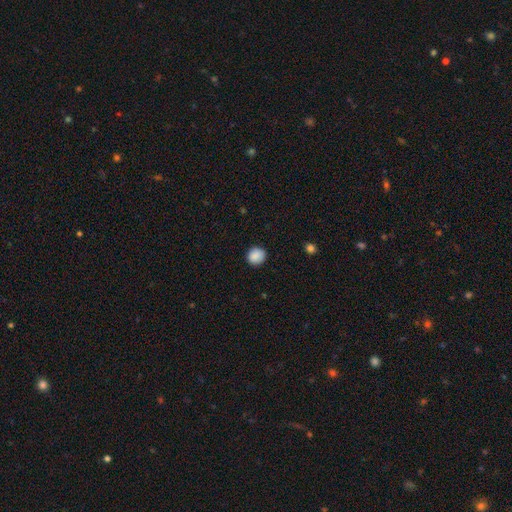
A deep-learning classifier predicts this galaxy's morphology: A smooth galaxy with no disk features (89%) that is round (83%).

Vote fractions:
- Smooth or featured? smooth: 89% / star or artifact: 8% / featured or disk: 3%
- How rounded? round: 83% / in between: 16% / cigar-shaped: 1%
- Merging? none: 88% / minor disturbance: 8% / major disturbance: 2% / merger: 1%